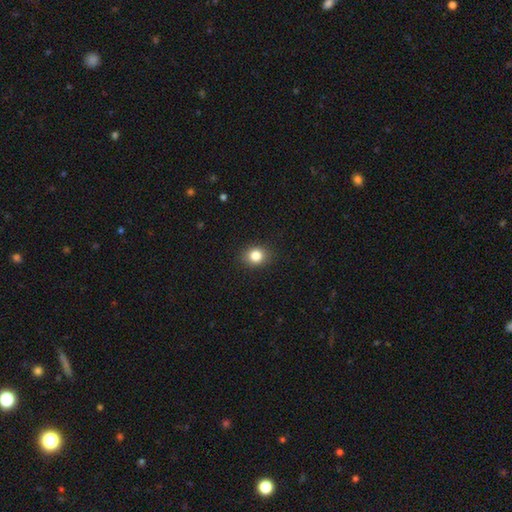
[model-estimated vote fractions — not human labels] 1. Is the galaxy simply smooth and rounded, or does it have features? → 83% smooth, 11% star or artifact, 6% featured or disk.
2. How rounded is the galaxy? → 68% round, 31% in between, 1% cigar-shaped.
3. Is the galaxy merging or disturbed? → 89% none, 8% minor disturbance, 2% major disturbance, 1% merger.